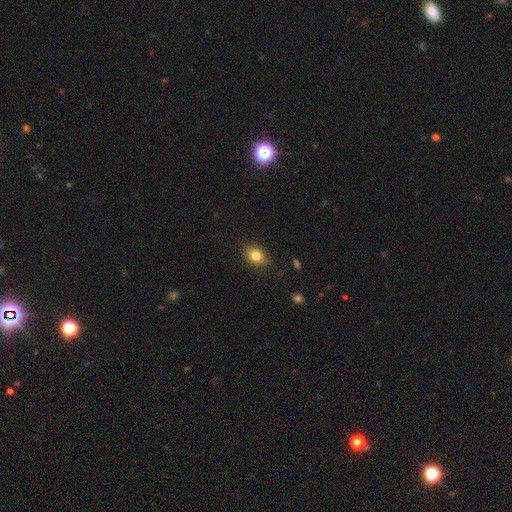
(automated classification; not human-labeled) Smooth or featured? Predicted: smooth (p=0.81). How rounded? Predicted: in between (p=0.67). Merging? Predicted: none (p=0.83).